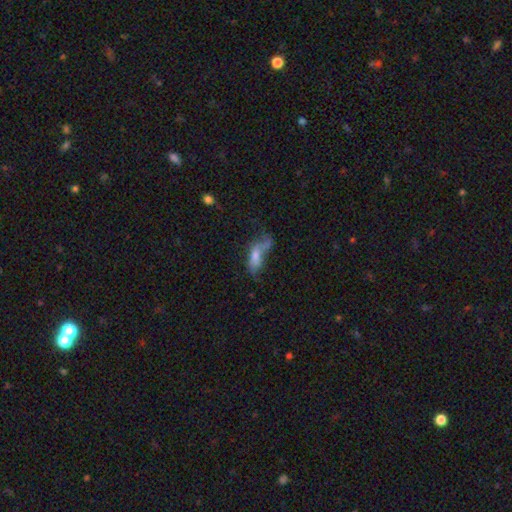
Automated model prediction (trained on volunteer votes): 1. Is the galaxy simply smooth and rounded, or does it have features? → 53% smooth, 34% featured or disk, 13% star or artifact.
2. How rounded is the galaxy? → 68% in between, 27% cigar-shaped, 5% round.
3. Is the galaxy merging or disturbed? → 34% major disturbance, 27% none, 22% minor disturbance, 17% merger.